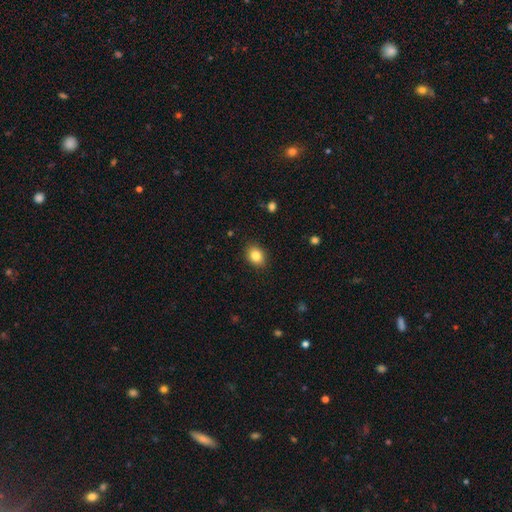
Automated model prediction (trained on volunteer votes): Smooth or featured? smooth (85%)
How rounded? in between (59%)
Merging? none (89%)